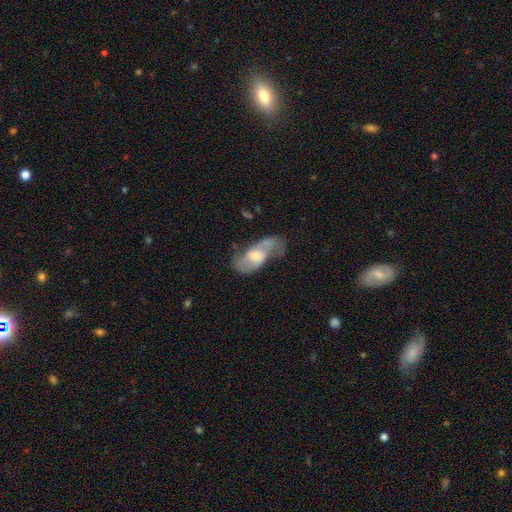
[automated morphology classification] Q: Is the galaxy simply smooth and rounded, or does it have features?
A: featured or disk — 73%.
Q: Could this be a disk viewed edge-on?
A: no — 93%.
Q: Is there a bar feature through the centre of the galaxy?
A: no — 47%.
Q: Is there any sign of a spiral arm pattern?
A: yes — 84%.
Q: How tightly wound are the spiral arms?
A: medium — 45%.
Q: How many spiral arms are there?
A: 2 — 82%.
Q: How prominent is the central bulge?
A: moderate — 59%.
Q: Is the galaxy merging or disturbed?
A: none — 48%.